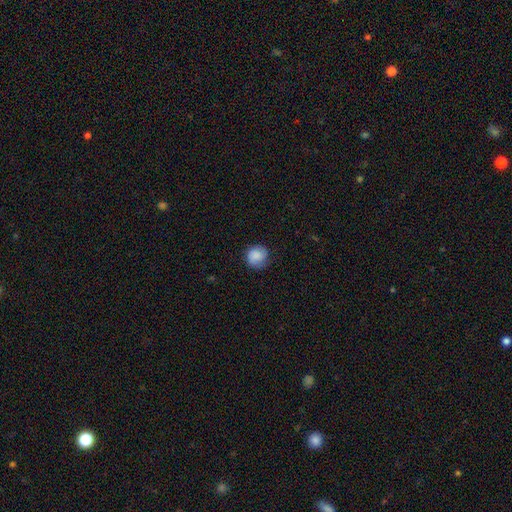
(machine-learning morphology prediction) Overall: smooth (80%). How rounded: round (87%). Merging: none (71%).